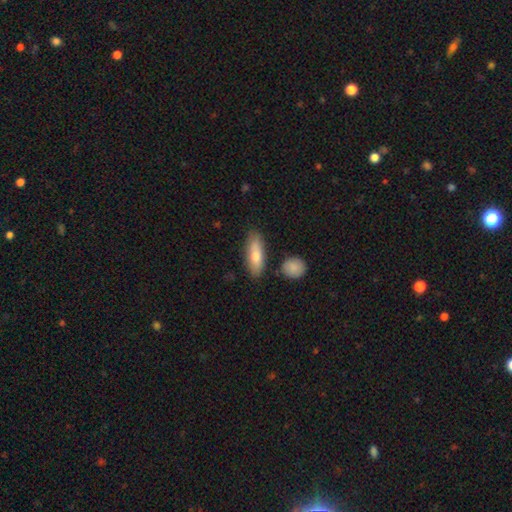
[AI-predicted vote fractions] smooth 77%, featured or disk 18%, star or artifact 6%. Down the decision tree: how rounded — in between (60%); merging — none (79%).